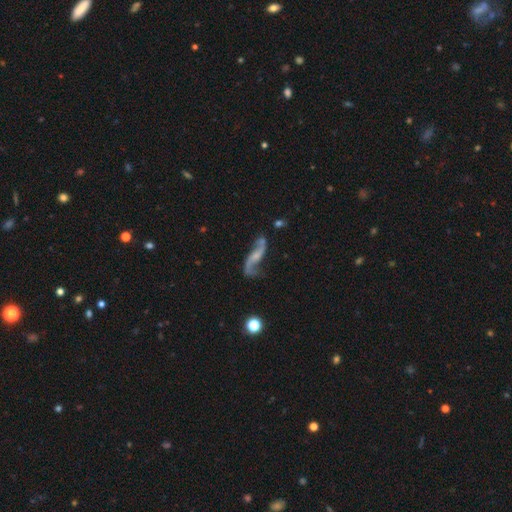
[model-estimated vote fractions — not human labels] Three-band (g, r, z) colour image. It shows a featured or disk galaxy (85%) with no bar (51%), 2 (92%) loose (88%) spiral arms (94%) and a small central bulge (49%). Merging: none (62%).